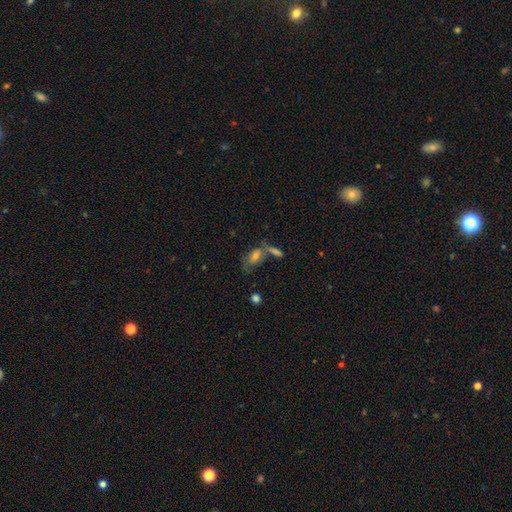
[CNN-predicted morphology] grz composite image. It shows a smooth galaxy with no disk features (48%). Merging: none (40%).